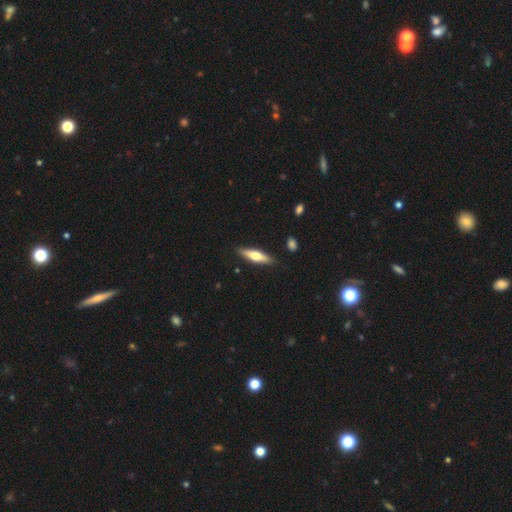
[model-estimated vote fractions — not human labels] A smooth galaxy with no disk features (49%). Merging: none (87%).